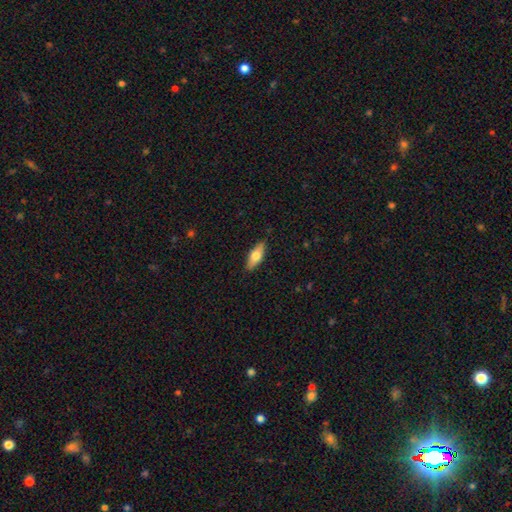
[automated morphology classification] Smooth or featured: smooth — 66% (featured or disk — 28%)
How rounded: in between — 67% (cigar-shaped — 30%)
Merging: none — 87% (minor disturbance — 10%)